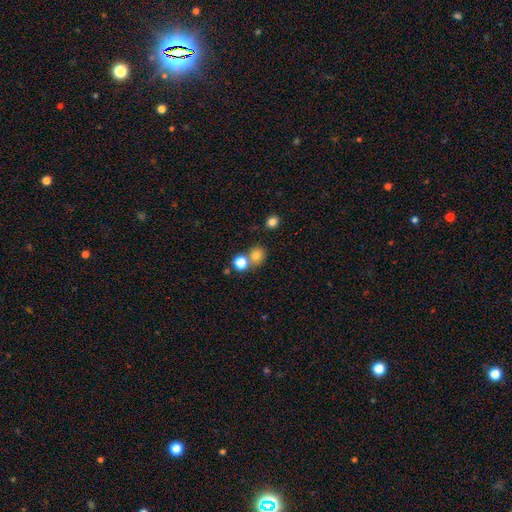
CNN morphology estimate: Smooth or featured: smooth — 78% (star or artifact — 14%)
How rounded: round — 82% (in between — 17%)
Merging: none — 60% (merger — 29%)